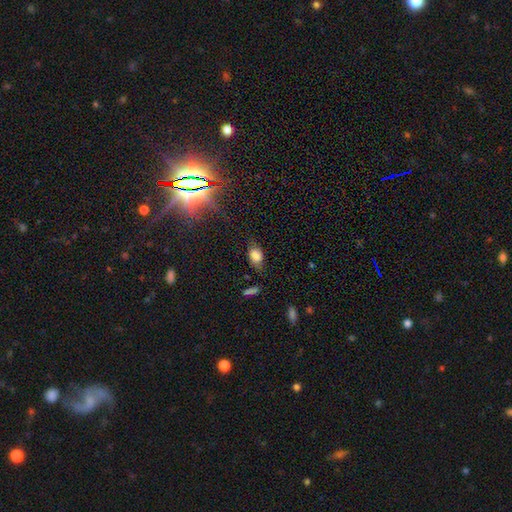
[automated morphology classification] This appears to be a smooth galaxy with no disk features (77%) that is in between round and cigar-shaped (83%). Merging: none (61%).